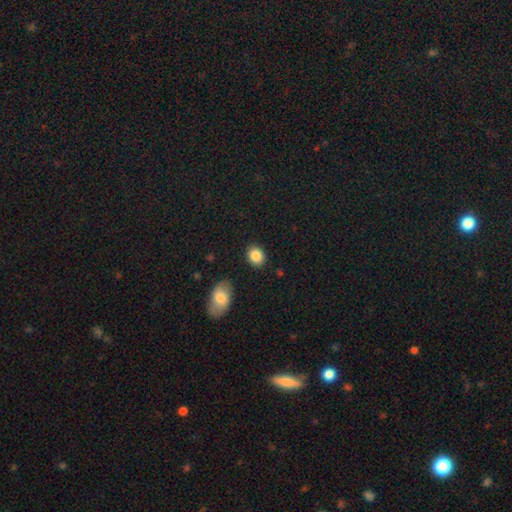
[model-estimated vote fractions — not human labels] Smooth or featured? Predicted: smooth (p=0.87). How rounded? Predicted: round (p=0.51). Merging? Predicted: none (p=0.88).